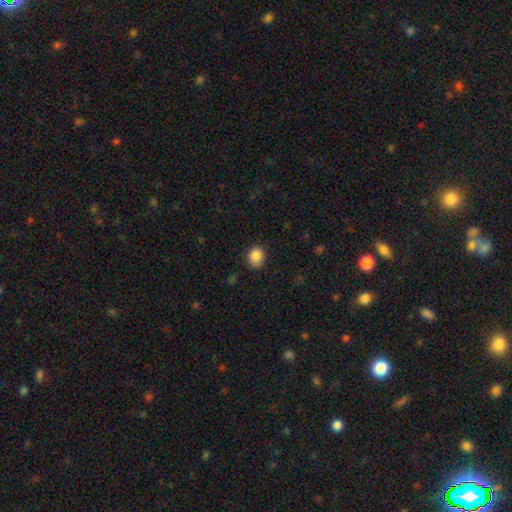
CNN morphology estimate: Smooth or featured? Predicted: smooth (p=0.87). How rounded? Predicted: round (p=0.61). Merging? Predicted: none (p=0.82).